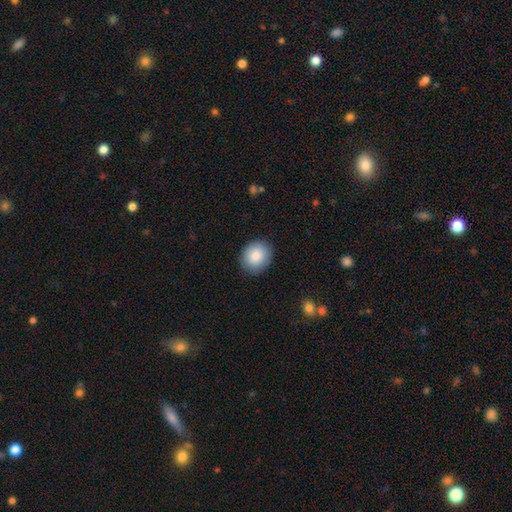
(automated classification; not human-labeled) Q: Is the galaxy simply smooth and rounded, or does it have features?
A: smooth — 86%.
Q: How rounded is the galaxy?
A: round — 74%.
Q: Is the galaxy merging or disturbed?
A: none — 88%.